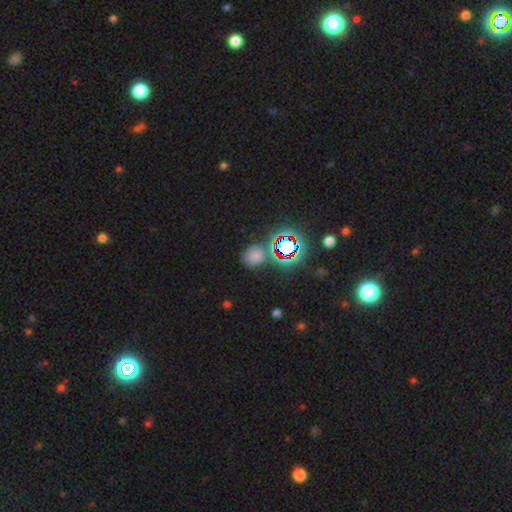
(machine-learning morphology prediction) Smooth or featured? smooth (56%)
How rounded? round (76%)
Merging? none (70%)